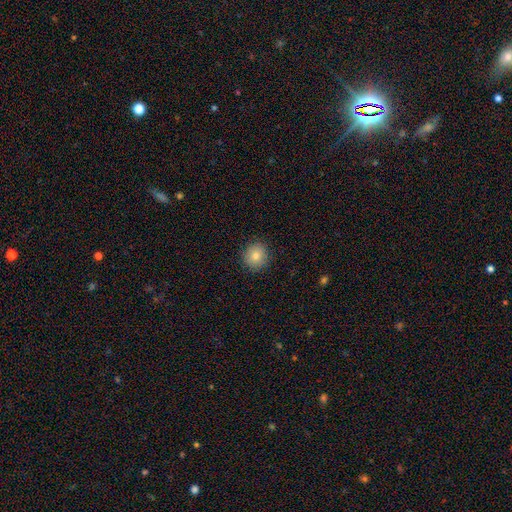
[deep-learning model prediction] smooth_or_featured: smooth (p=0.79) [alt: star or artifact p=0.11]
how_rounded: round (p=0.91) [alt: in between p=0.08]
merging: none (p=0.91) [alt: minor disturbance p=0.07]